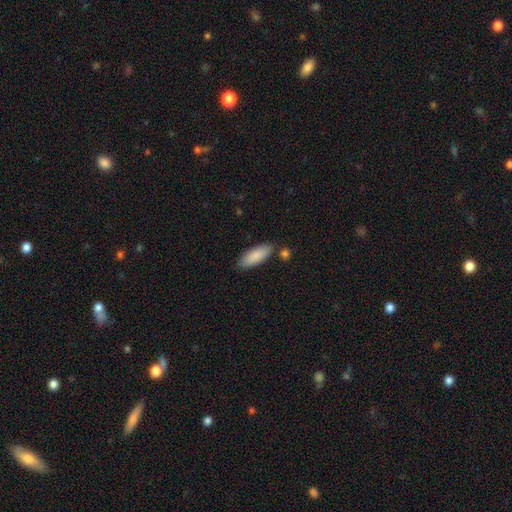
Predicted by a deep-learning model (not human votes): smooth_or_featured: smooth (p=0.87) [alt: featured or disk p=0.07]
how_rounded: in between (p=0.68) [alt: cigar-shaped p=0.30]
merging: none (p=0.81) [alt: minor disturbance p=0.11]